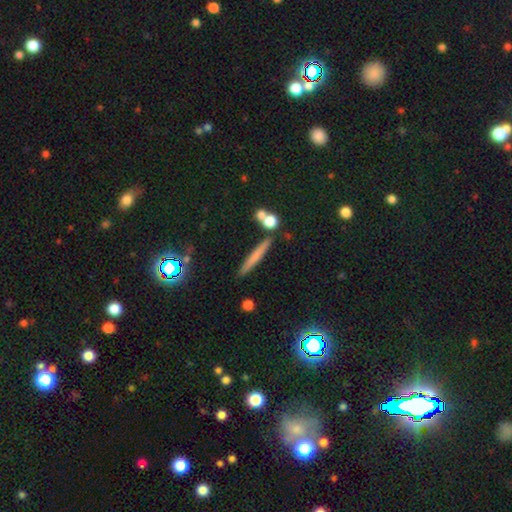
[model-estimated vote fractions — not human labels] This appears to be a smooth galaxy with no disk features (63%) that is cigar-shaped (92%). Merging: none (83%).